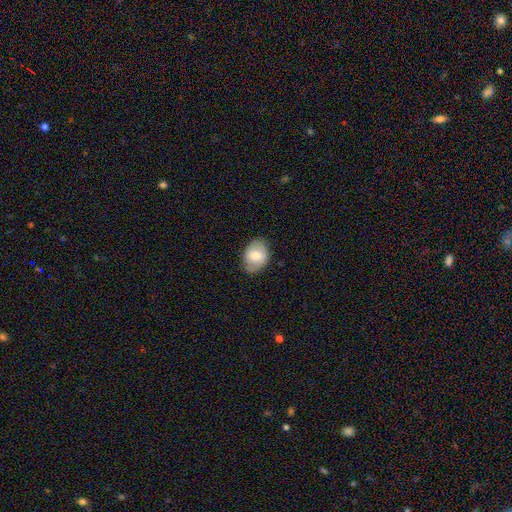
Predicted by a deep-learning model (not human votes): The model was most divided on "how rounded": in between: 69%, round: 30%, cigar-shaped: 1%. More confident: merging — none (79%); smooth or featured — smooth (71%).